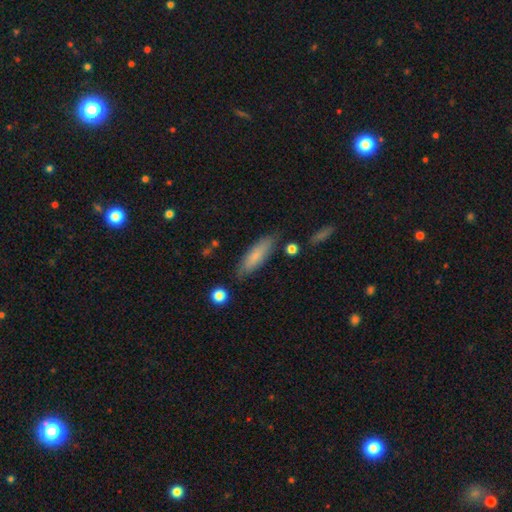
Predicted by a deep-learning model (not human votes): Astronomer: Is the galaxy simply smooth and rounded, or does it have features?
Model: smooth — 79%.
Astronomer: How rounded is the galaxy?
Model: cigar-shaped — 55% (runner-up: in between, 43%).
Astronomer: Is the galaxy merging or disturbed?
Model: none — 80%.